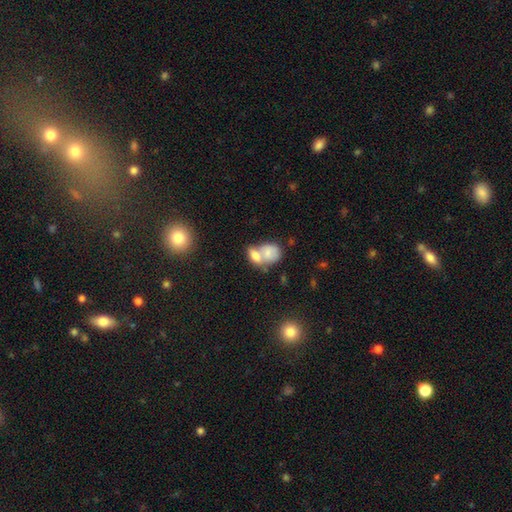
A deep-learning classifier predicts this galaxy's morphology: Overall: smooth (71%). How rounded: in between (76%). Merging: merger (68%).